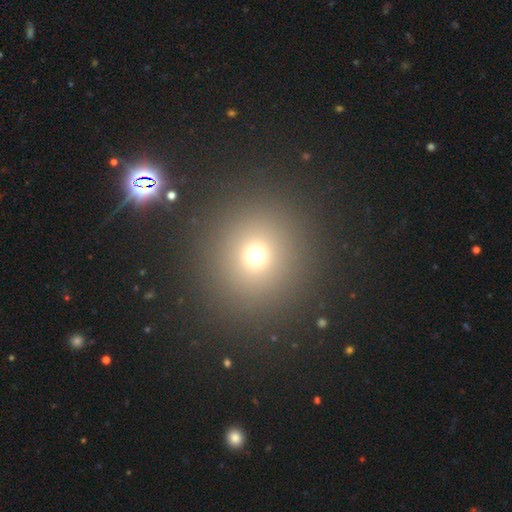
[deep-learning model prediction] Smooth or featured: smooth — 68% (star or artifact — 23%)
How rounded: round — 92% (in between — 8%)
Merging: none — 89% (minor disturbance — 5%)